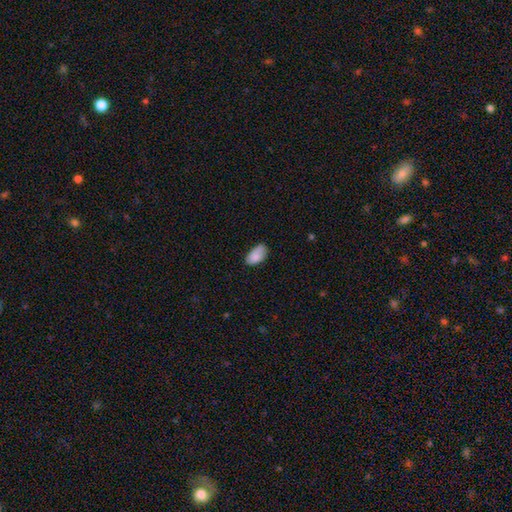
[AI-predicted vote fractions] Q: Smooth or featured?
A: smooth (85%); runner-up: star or artifact (7%)
Q: How rounded?
A: in between (94%); runner-up: round (4%)
Q: Merging?
A: none (63%); runner-up: minor disturbance (30%)